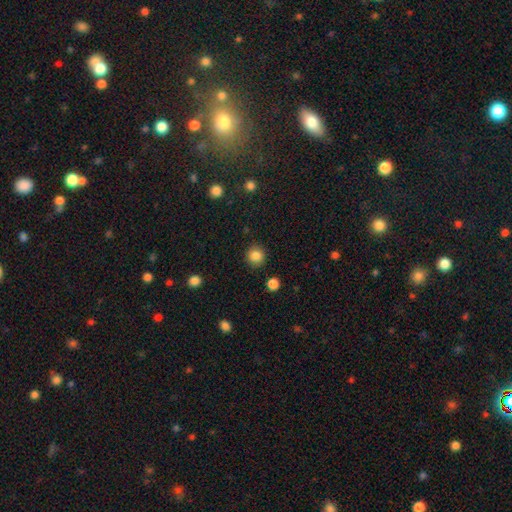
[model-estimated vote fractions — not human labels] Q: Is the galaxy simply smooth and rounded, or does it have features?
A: smooth — 86%.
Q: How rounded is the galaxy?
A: round — 92%.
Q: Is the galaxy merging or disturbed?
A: none — 90%.